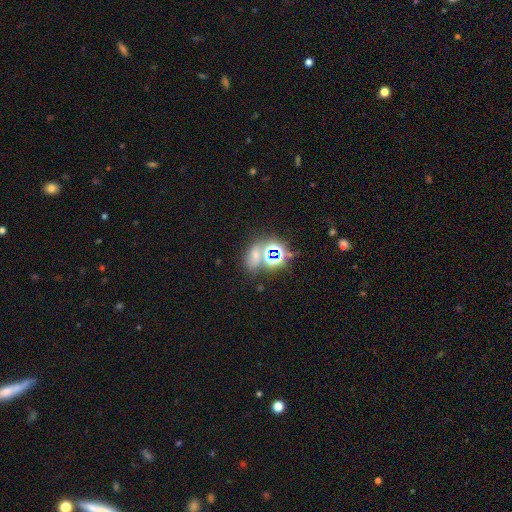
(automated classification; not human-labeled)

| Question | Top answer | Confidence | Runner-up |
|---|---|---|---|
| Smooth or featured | star or artifact | 49% | smooth (38%) |